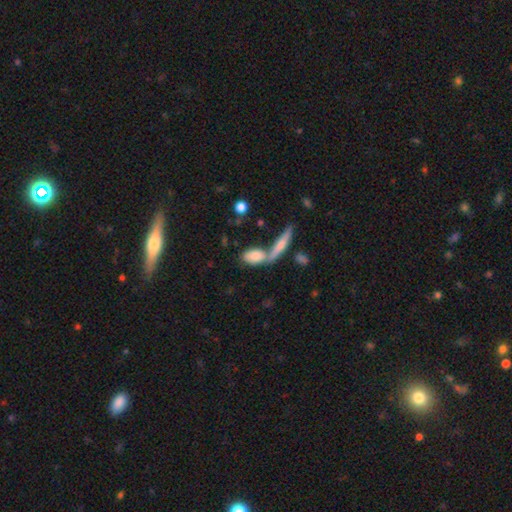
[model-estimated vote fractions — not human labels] The model was most divided on "merging": none: 45%, merger: 39%, minor disturbance: 11%, major disturbance: 5%. More confident: how rounded — in between (78%); smooth or featured — smooth (72%).